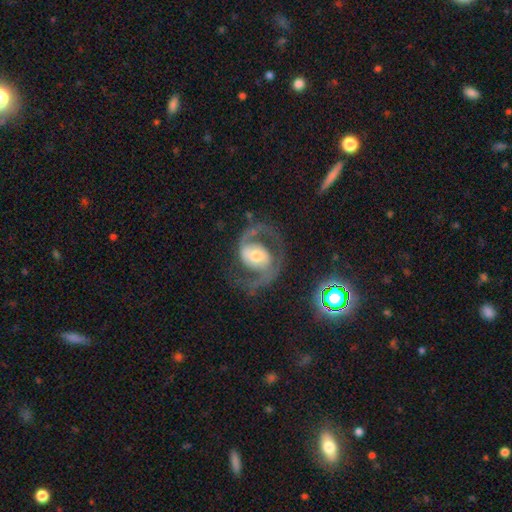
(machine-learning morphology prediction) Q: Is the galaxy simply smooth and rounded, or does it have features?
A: featured or disk — 87%.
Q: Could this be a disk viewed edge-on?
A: no — 97%.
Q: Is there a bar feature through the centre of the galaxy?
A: no — 44%.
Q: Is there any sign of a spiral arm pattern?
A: yes — 94%.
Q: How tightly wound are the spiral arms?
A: medium — 58%.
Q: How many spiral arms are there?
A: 2 — 90%.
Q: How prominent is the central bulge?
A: moderate — 57%.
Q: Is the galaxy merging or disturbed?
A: none — 71%.